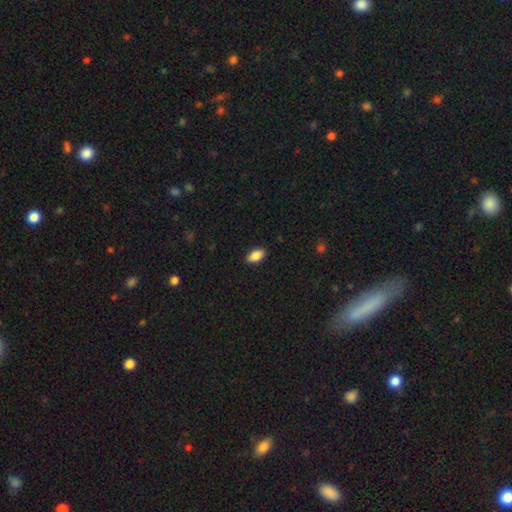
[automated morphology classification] smooth 86%, star or artifact 7%, featured or disk 7%. Down the decision tree: how rounded — in between (91%); merging — none (88%).